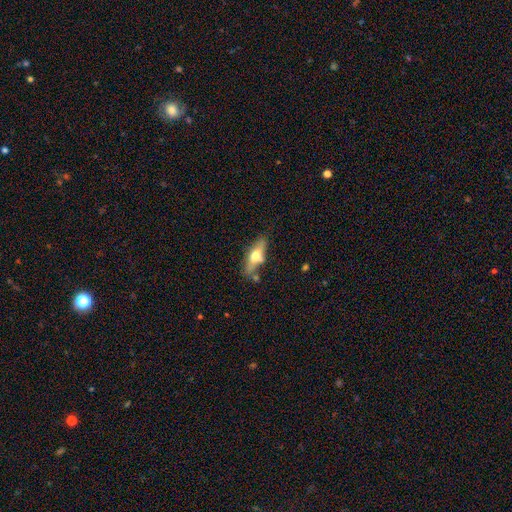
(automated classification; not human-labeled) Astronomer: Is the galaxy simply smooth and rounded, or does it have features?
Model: smooth — 47% (runner-up: featured or disk, 46%).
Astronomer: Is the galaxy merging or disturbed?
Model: none — 65%.